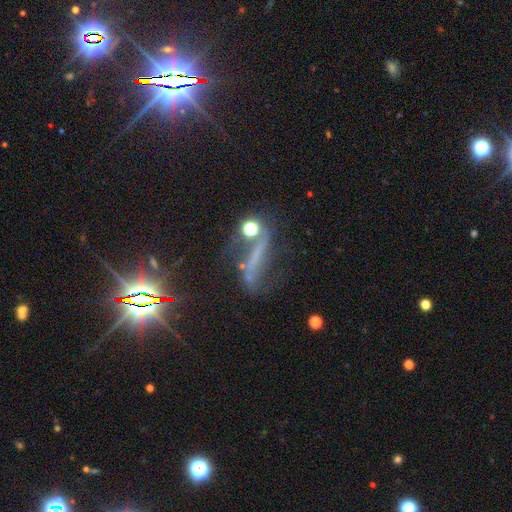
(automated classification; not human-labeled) Smooth or featured?
  - star or artifact: 40% *
  - featured or disk: 38%
  - smooth: 22%